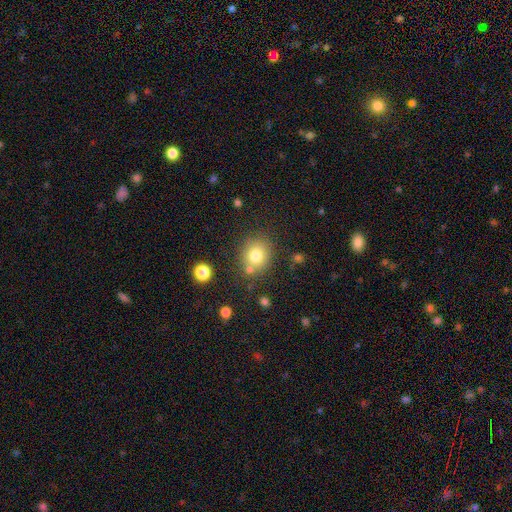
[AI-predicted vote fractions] smooth-or-featured: smooth: 77% | star or artifact: 12% | featured or disk: 11%
  how-rounded: round: 76% | in between: 23% | cigar-shaped: 1%
  merging: none: 71% | merger: 12% | minor disturbance: 12% | major disturbance: 4%